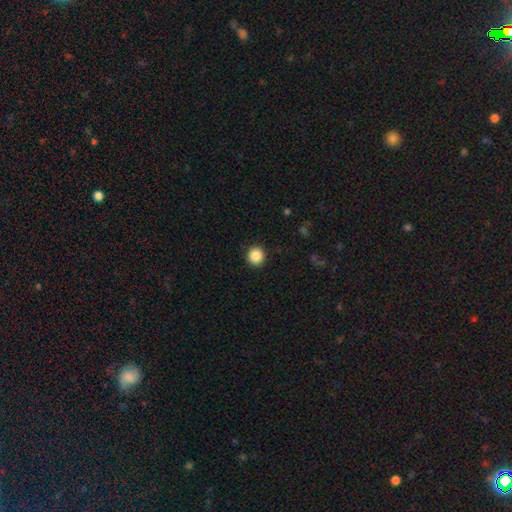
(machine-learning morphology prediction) A smooth galaxy with no disk features (87%) that is round (93%).

Vote fractions:
- Smooth or featured? smooth: 87% / star or artifact: 9% / featured or disk: 4%
- How rounded? round: 93% / in between: 6% / cigar-shaped: 1%
- Merging? none: 92% / minor disturbance: 5% / major disturbance: 2% / merger: 1%